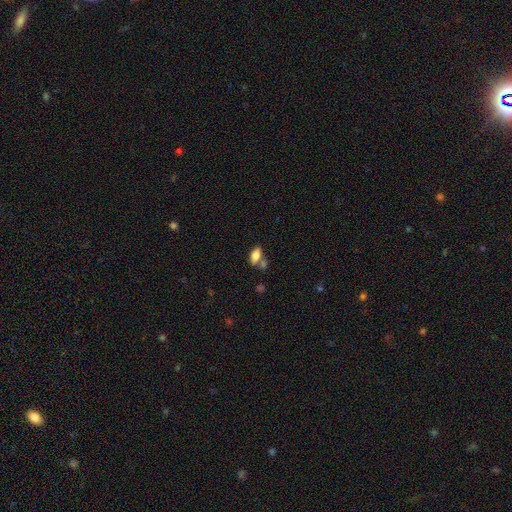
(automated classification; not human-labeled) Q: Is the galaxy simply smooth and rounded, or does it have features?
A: smooth — 80%.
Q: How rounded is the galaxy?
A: in between — 90%.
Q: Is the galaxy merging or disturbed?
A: none — 57%.